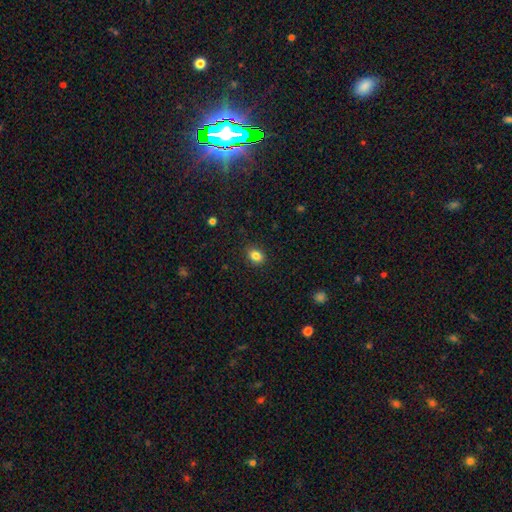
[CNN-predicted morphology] This appears to be a smooth galaxy with no disk features (84%) that is in between round and cigar-shaped (53%). Merging: none (89%).